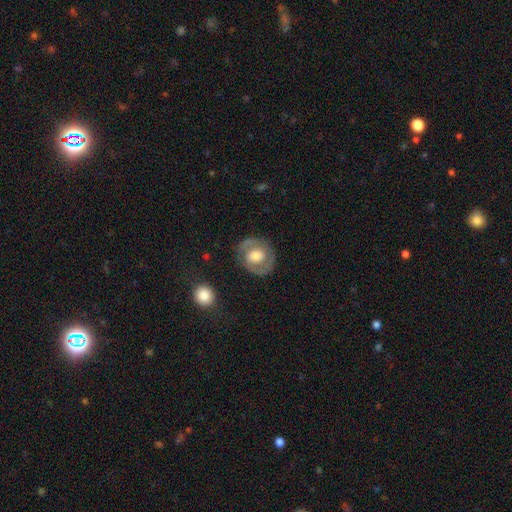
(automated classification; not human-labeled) This appears to be a featured or disk galaxy (62%) with no bar (57%), spiral arms (65%) and a moderate central bulge (59%). Merging: none (78%).